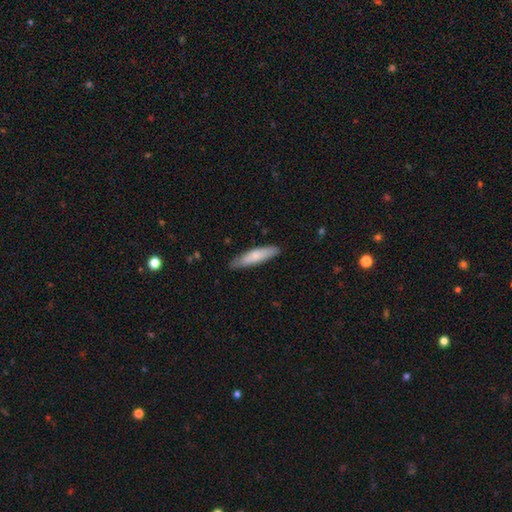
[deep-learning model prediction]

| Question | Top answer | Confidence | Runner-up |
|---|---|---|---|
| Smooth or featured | smooth | 76% | featured or disk (19%) |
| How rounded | cigar-shaped | 77% | in between (22%) |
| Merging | none | 84% | minor disturbance (13%) |